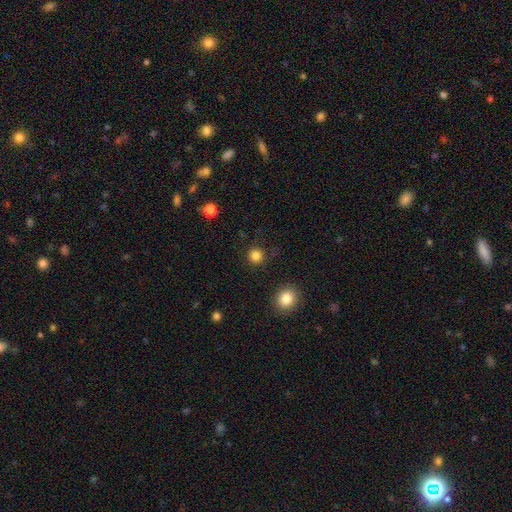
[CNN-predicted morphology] Smooth or featured?
  - smooth: 83% *
  - star or artifact: 13%
  - featured or disk: 4%
How rounded?
  - round: 94% *
  - in between: 5%
  - cigar-shaped: 1%
Merging?
  - none: 89% *
  - minor disturbance: 6%
  - major disturbance: 2%
  - merger: 2%